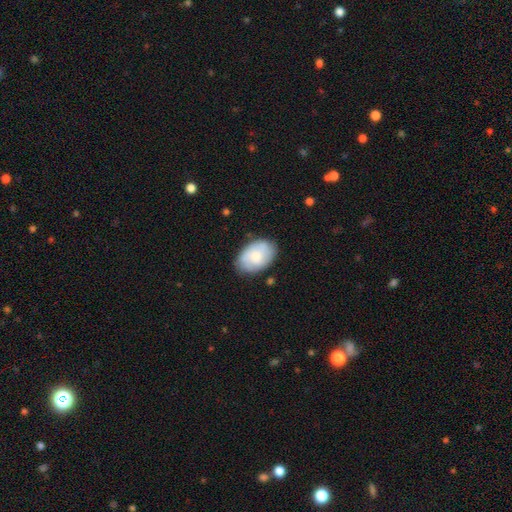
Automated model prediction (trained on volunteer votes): Smooth or featured? Predicted: smooth (p=0.63). How rounded? Predicted: in between (p=0.87). Merging? Predicted: none (p=0.77).